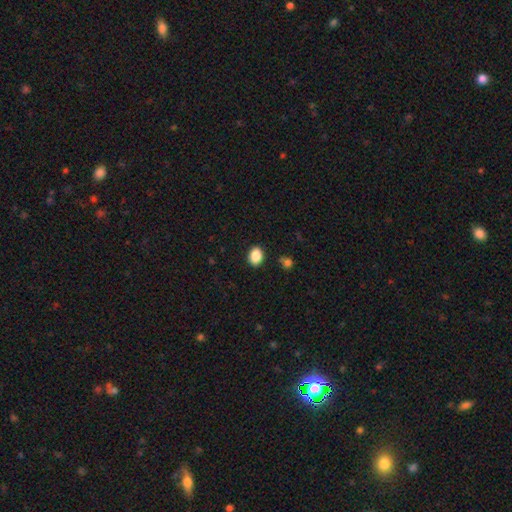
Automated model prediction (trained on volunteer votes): Smooth or featured? Predicted: smooth (p=0.87). How rounded? Predicted: in between (p=0.69). Merging? Predicted: none (p=0.88).